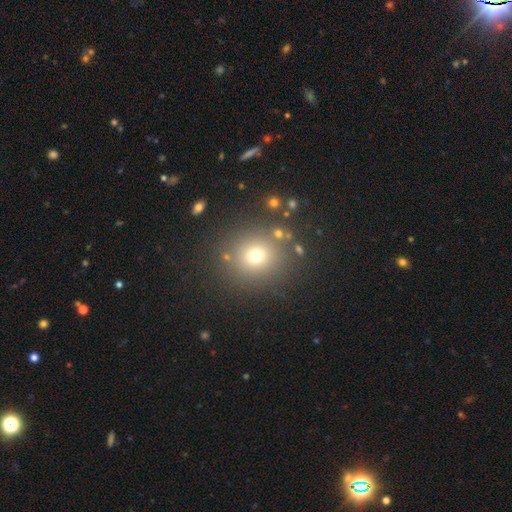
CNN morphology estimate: Smooth or featured? Predicted: smooth (p=0.69). How rounded? Predicted: round (p=0.89). Merging? Predicted: none (p=0.84).